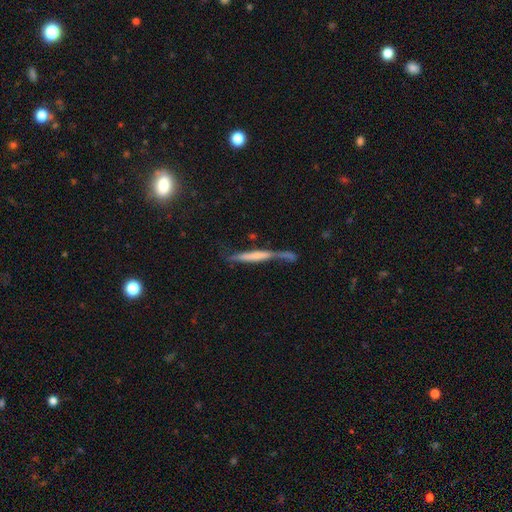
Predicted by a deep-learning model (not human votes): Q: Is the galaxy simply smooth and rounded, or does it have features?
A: featured or disk — 47%.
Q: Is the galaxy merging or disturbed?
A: none — 40%.